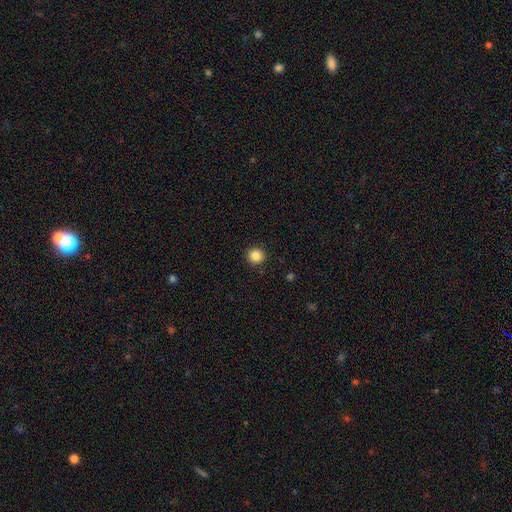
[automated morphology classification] type=smooth (87%); roundness=round (92%); merging=none (92%).